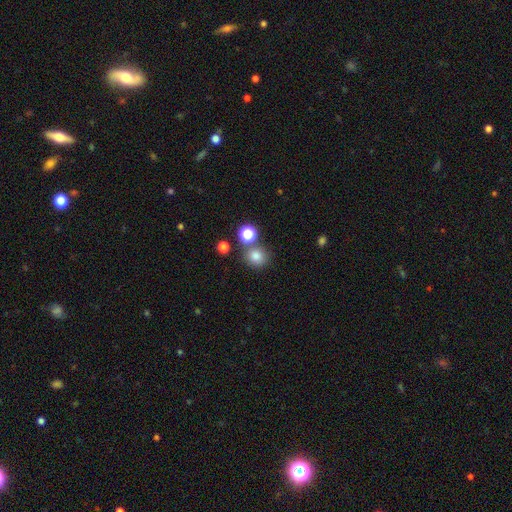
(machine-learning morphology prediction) smooth_or_featured: smooth (p=0.79) [alt: star or artifact p=0.15]
how_rounded: round (p=0.81) [alt: in between p=0.18]
merging: none (p=0.73) [alt: merger p=0.14]